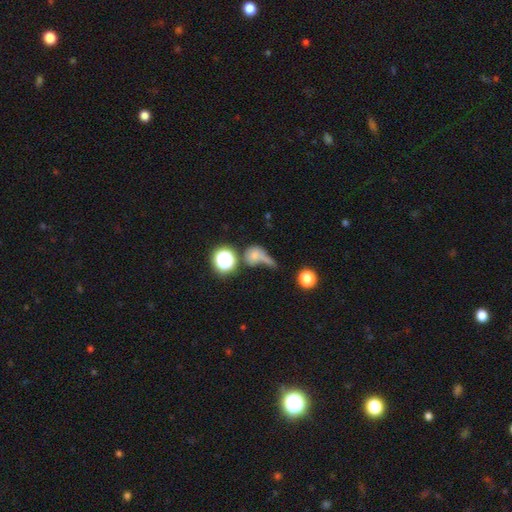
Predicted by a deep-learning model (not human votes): smooth_or_featured: smooth (p=0.63) [alt: star or artifact p=0.19]
how_rounded: round (p=0.68) [alt: in between p=0.27]
merging: none (p=0.30) [alt: merger p=0.28]